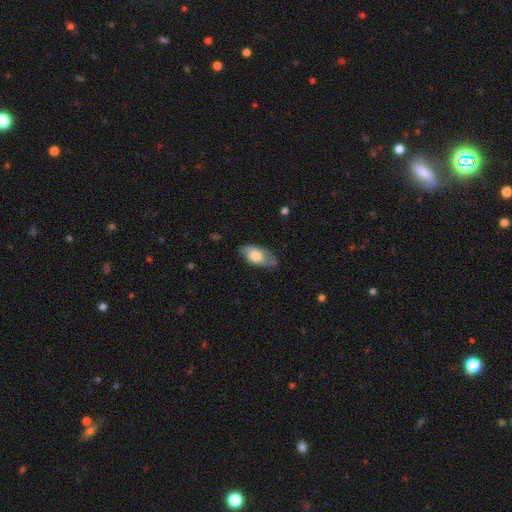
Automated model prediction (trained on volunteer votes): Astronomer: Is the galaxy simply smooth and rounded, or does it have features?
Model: smooth — 62%.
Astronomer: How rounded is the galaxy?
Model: in between — 91%.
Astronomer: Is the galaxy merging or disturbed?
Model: none — 66%.